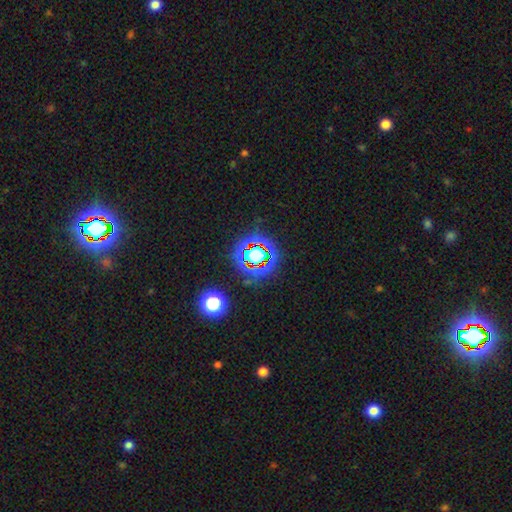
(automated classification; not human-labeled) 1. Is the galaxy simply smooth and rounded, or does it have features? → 78% star or artifact, 13% smooth, 9% featured or disk.